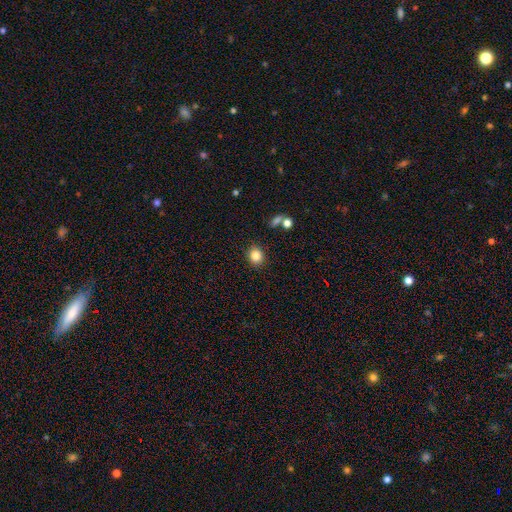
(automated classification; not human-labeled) Smooth or featured: smooth — 84% (star or artifact — 10%)
How rounded: round — 73% (in between — 26%)
Merging: none — 88% (minor disturbance — 7%)